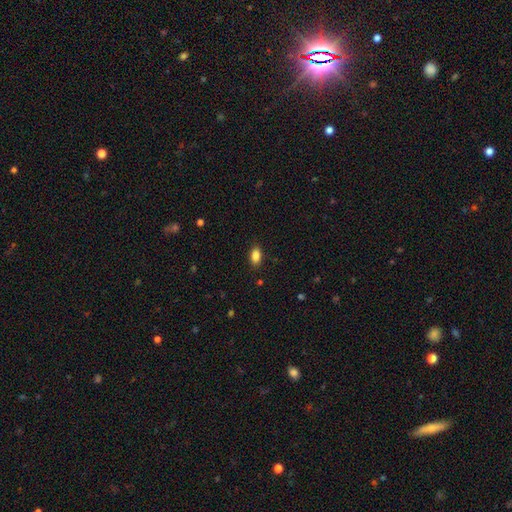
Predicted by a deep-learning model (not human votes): This is clearly a smooth galaxy (87%). How rounded: clearly in between (90%). Merging: clearly none (87%).